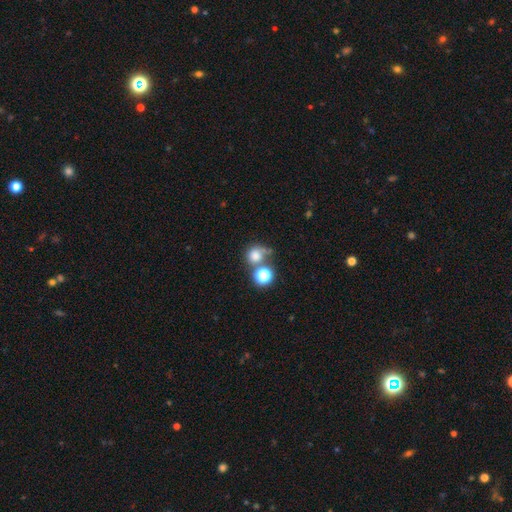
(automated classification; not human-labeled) The model was most divided on "merging": none: 48%, merger: 31%, minor disturbance: 13%, major disturbance: 9%. More confident: how rounded — round (84%); smooth or featured — smooth (74%).